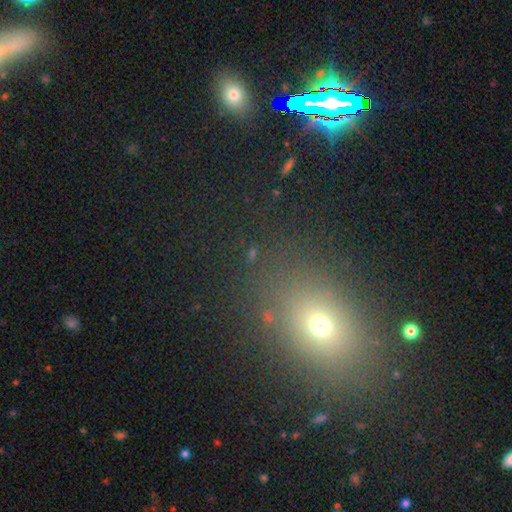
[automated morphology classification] smooth_or_featured: smooth (p=0.49) [alt: star or artifact p=0.40]
merging: none (p=0.83) [alt: minor disturbance p=0.09]